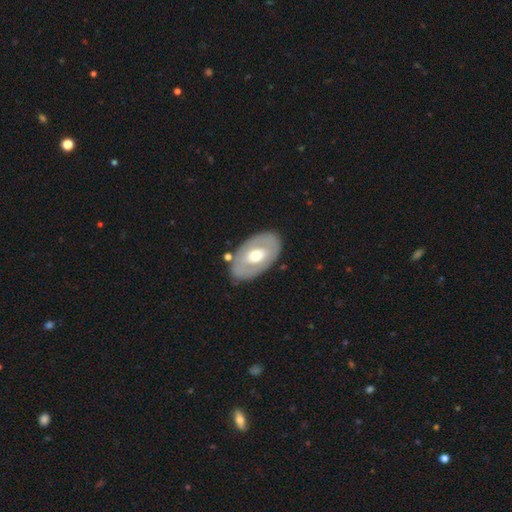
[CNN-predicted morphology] type=featured or disk (53%); edge-on=no (89%); merging=none (81%).